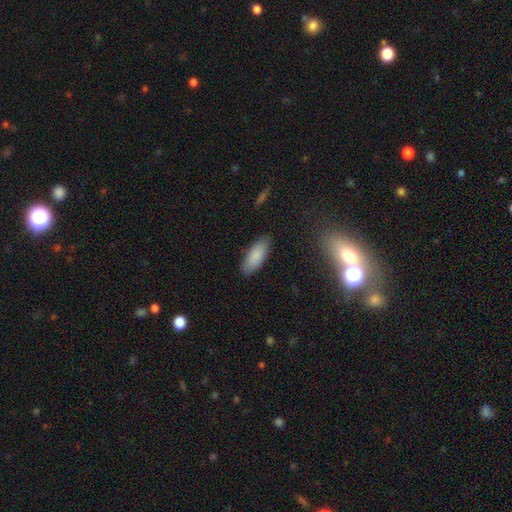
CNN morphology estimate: smooth-or-featured: smooth: 86% | featured or disk: 7% | star or artifact: 6%
  how-rounded: in between: 77% | cigar-shaped: 22% | round: 2%
  merging: none: 85% | minor disturbance: 11% | major disturbance: 2% | merger: 1%